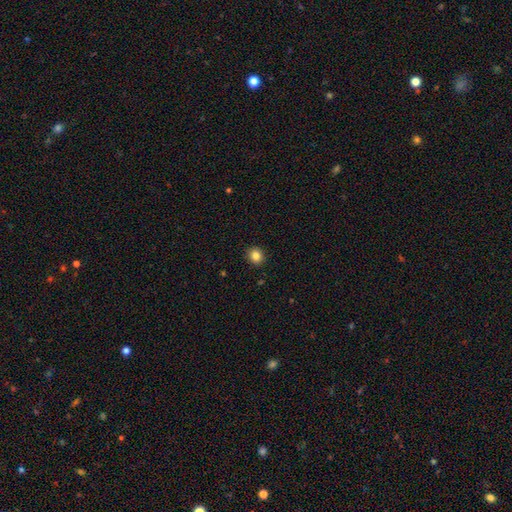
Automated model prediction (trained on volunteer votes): This is clearly a smooth galaxy (84%). How rounded: clearly round (82%). Merging: clearly none (92%).